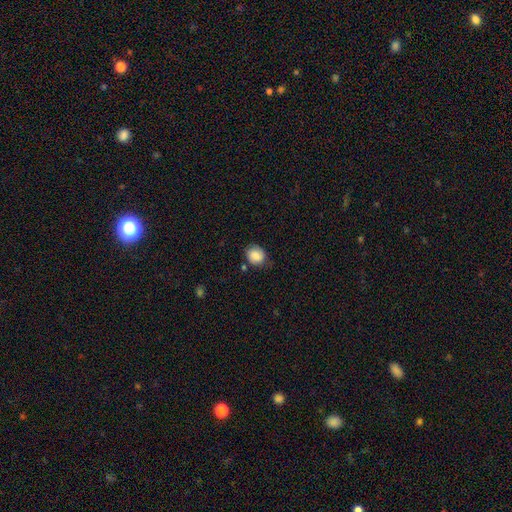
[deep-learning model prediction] A smooth galaxy with no disk features (84%) that is round (66%).

Vote fractions:
- Smooth or featured? smooth: 84% / star or artifact: 8% / featured or disk: 8%
- How rounded? round: 66% / in between: 33% / cigar-shaped: 1%
- Merging? none: 72% / minor disturbance: 20% / major disturbance: 5% / merger: 3%